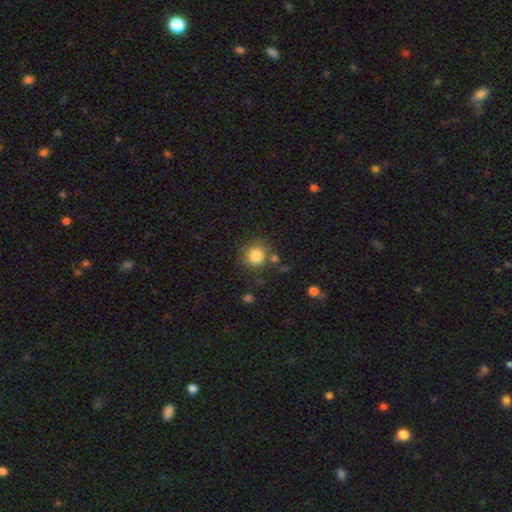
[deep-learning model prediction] Morphology: type=smooth (83%); roundness=round (91%); merging=none (77%).